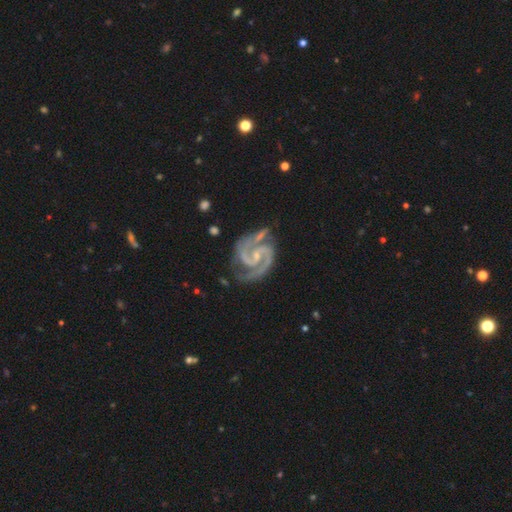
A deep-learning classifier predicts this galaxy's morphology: Smooth or featured? Predicted: featured or disk (p=0.94). Edge-on disk? Predicted: no (p=0.98). Bar? Predicted: weak (p=0.44). Spiral arms? Predicted: yes (p=0.99). Spiral winding? Predicted: medium (p=0.54). Spiral arm count? Predicted: 2 (p=0.89). Bulge size? Predicted: small (p=0.65). Merging? Predicted: none (p=0.65).